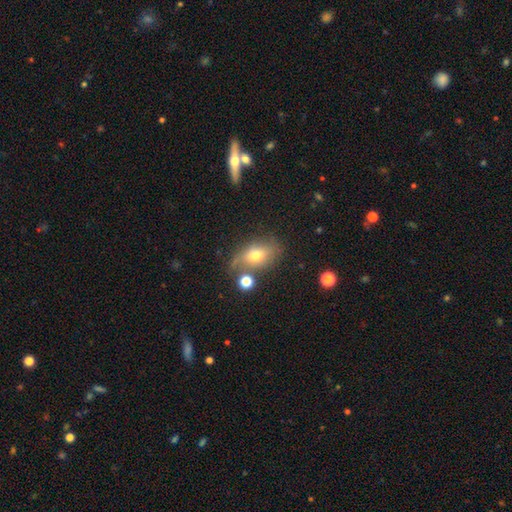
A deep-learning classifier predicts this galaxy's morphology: smooth 66%, featured or disk 22%, star or artifact 12%. Down the decision tree: how rounded — in between (77%); merging — none (57%).